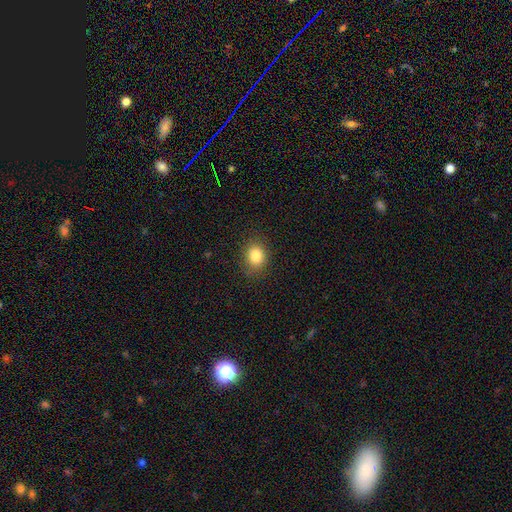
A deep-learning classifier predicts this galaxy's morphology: Smooth or featured: smooth — 84% (star or artifact — 10%)
How rounded: round — 60% (in between — 39%)
Merging: none — 86% (minor disturbance — 10%)